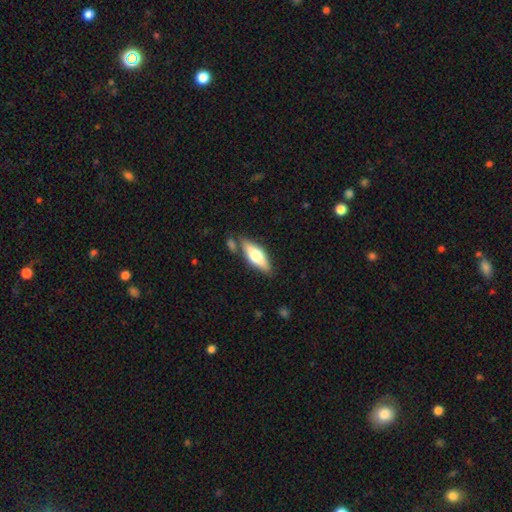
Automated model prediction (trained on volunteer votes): This appears to be a smooth galaxy with no disk features (52%) that is in between round and cigar-shaped (61%). Merging: none (75%).